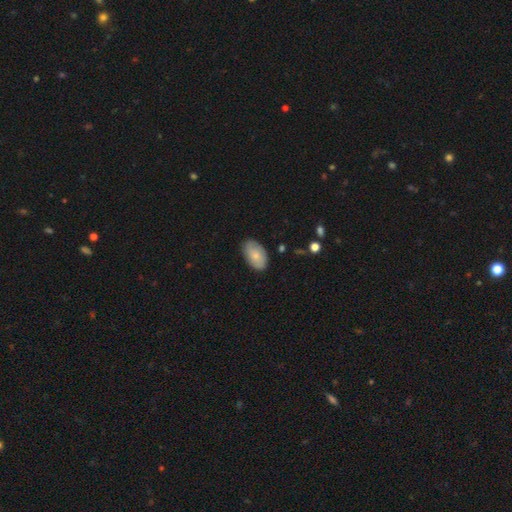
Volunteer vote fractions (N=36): smooth 69%, featured or disk 25%, star or artifact 6%. Down the decision tree: how rounded — in between (92%); merging — none (85%).